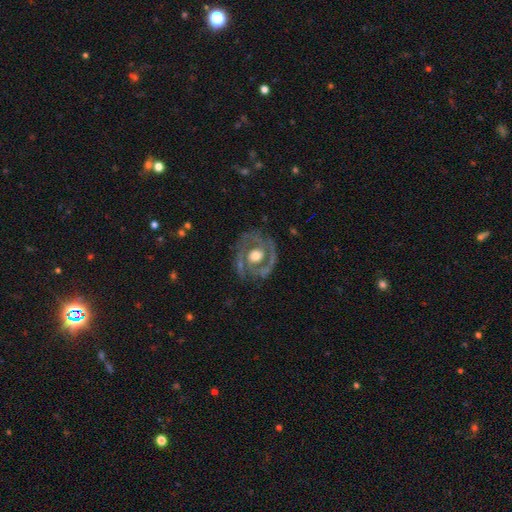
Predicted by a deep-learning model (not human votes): smooth_or_featured: featured or disk (p=0.77) [alt: smooth p=0.18]
disk_edge_on: no (p=0.97) [alt: yes p=0.03]
bar: no (p=0.77) [alt: weak p=0.17]
has_spiral_arms: yes (p=0.62) [alt: no p=0.38]
bulge_size: moderate (p=0.62) [alt: large p=0.28]
merging: none (p=0.71) [alt: minor disturbance p=0.17]